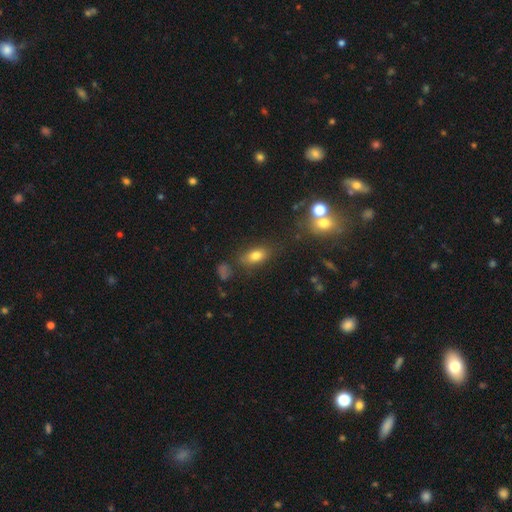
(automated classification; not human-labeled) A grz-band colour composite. It shows a smooth galaxy with no disk features (77%) that is in between round and cigar-shaped (83%). Merging: none (74%).